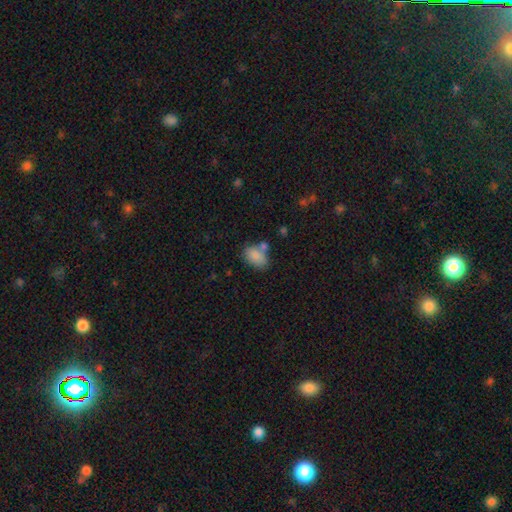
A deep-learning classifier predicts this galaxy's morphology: Overall: smooth (84%). How rounded: in between (84%). Merging: none (54%; merger 21%).